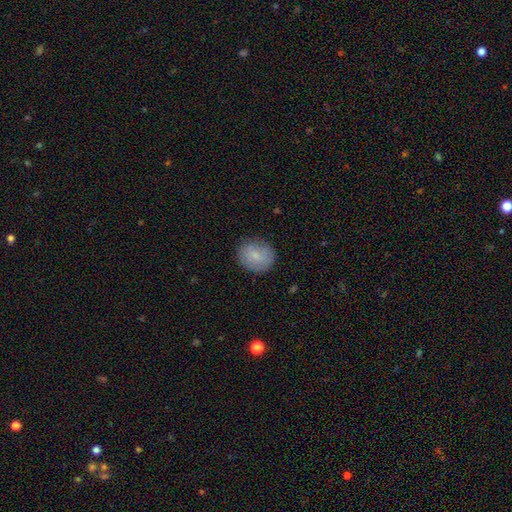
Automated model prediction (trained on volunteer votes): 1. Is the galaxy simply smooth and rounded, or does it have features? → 75% smooth, 18% featured or disk, 7% star or artifact.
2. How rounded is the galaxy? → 70% round, 28% in between, 1% cigar-shaped.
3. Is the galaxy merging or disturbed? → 82% none, 13% minor disturbance, 3% major disturbance, 1% merger.